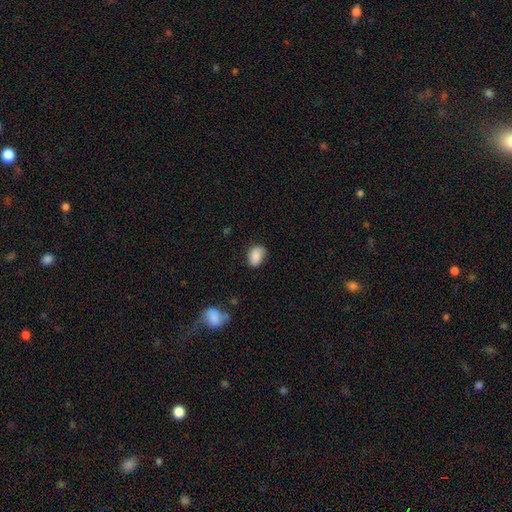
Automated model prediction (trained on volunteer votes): Smooth or featured?
  - smooth: 85% *
  - star or artifact: 8%
  - featured or disk: 7%
How rounded?
  - in between: 77% *
  - round: 22%
  - cigar-shaped: 1%
Merging?
  - none: 76% *
  - minor disturbance: 19%
  - major disturbance: 4%
  - merger: 2%